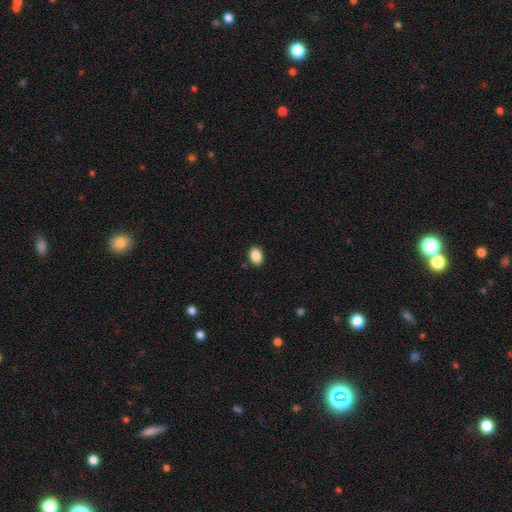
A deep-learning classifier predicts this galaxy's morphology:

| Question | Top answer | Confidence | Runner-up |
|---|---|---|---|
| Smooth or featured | smooth | 88% | star or artifact (8%) |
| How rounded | in between | 84% | round (15%) |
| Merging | none | 88% | minor disturbance (9%) |